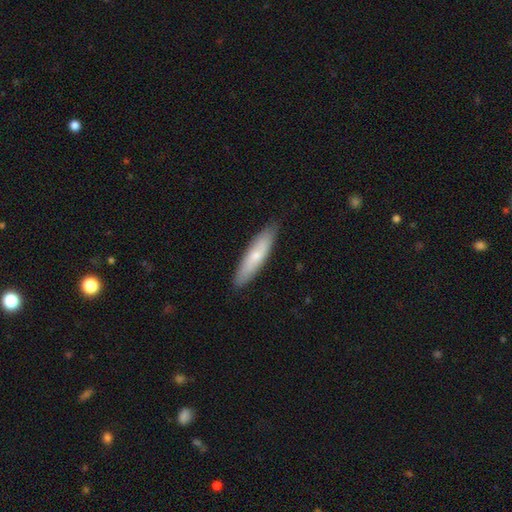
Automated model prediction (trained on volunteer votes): smooth 64%, featured or disk 30%, star or artifact 5%. Down the decision tree: how rounded — cigar-shaped (75%); merging — none (87%).